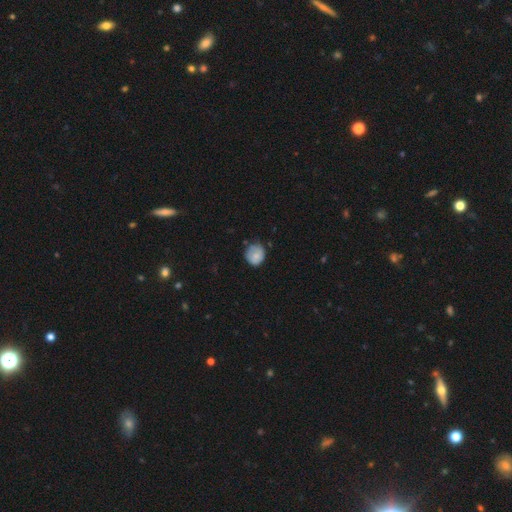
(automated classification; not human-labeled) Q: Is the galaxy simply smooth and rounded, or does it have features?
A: smooth — 77%.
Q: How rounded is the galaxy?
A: round — 84%.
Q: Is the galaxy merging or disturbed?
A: none — 63%.